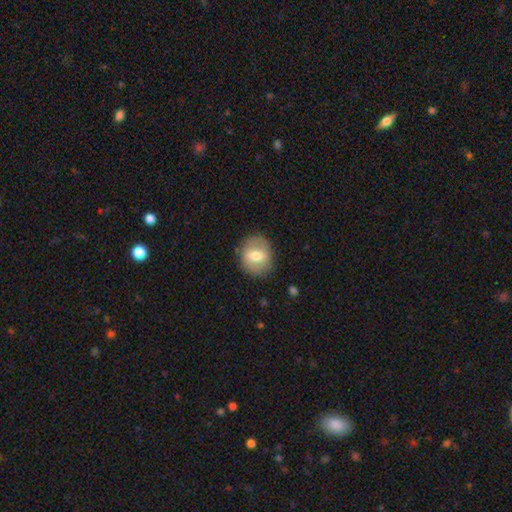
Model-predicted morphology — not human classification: type=smooth (63%); roundness=round (68%); merging=none (83%).